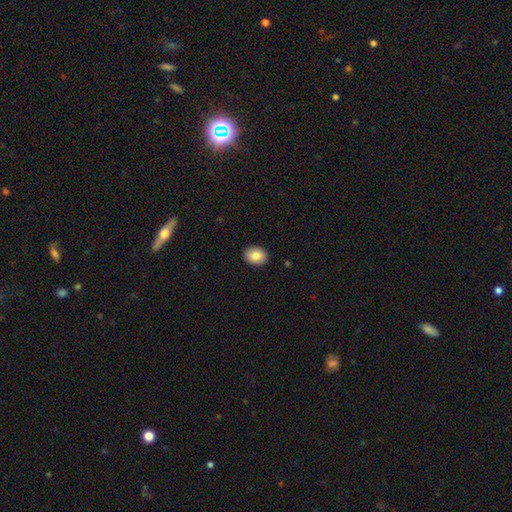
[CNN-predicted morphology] smooth-or-featured: smooth: 85% | featured or disk: 8% | star or artifact: 7%
  how-rounded: in between: 63% | round: 36% | cigar-shaped: 1%
  merging: none: 91% | minor disturbance: 7% | major disturbance: 2% | merger: 1%